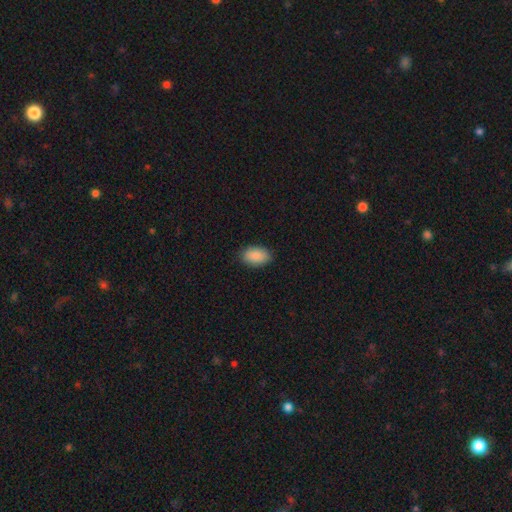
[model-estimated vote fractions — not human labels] A smooth galaxy with no disk features (88%) that is in between round and cigar-shaped (92%).

Vote fractions:
- Smooth or featured? smooth: 88% / star or artifact: 7% / featured or disk: 5%
- How rounded? in between: 92% / round: 6% / cigar-shaped: 1%
- Merging? none: 87% / minor disturbance: 10% / major disturbance: 2% / merger: 1%